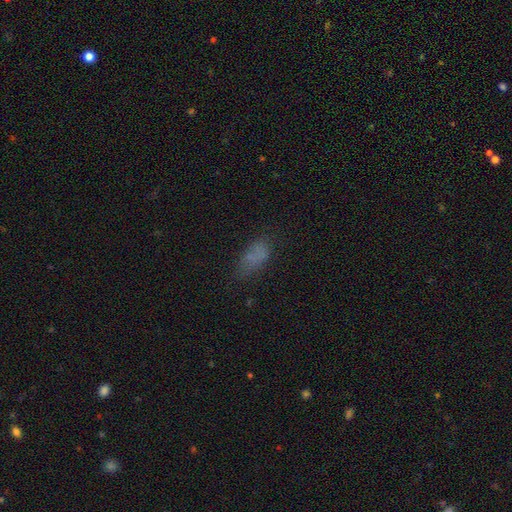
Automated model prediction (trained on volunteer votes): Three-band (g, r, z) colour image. It shows a smooth galaxy with no disk features (68%) that is in between round and cigar-shaped (84%). Merging: none (58%).